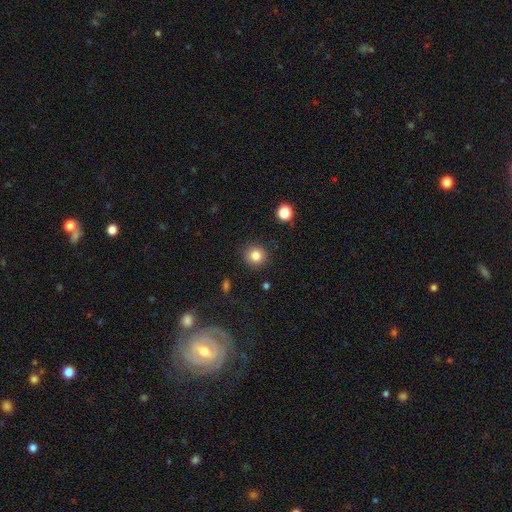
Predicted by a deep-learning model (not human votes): This is clearly a smooth galaxy (83%). How rounded: clearly round (91%). Merging: clearly none (89%).